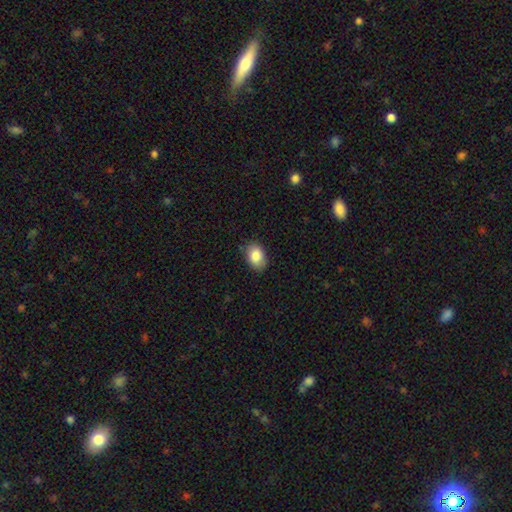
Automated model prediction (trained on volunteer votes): This appears to be a smooth galaxy with no disk features (85%) that is in between round and cigar-shaped (83%). Merging: none (83%).